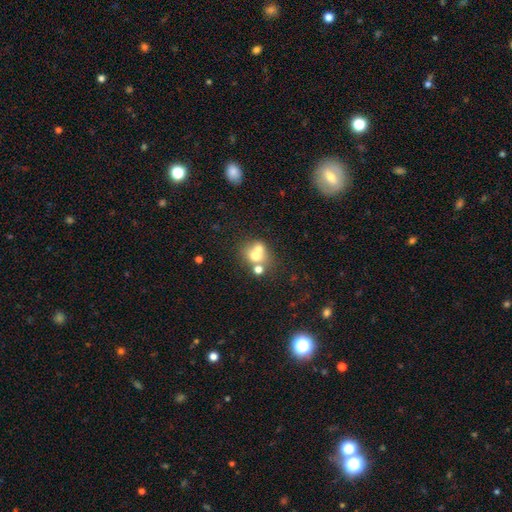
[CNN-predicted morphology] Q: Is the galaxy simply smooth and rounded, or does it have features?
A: smooth — 61%.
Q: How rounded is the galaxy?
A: round — 74%.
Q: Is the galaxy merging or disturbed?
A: merger — 54%.